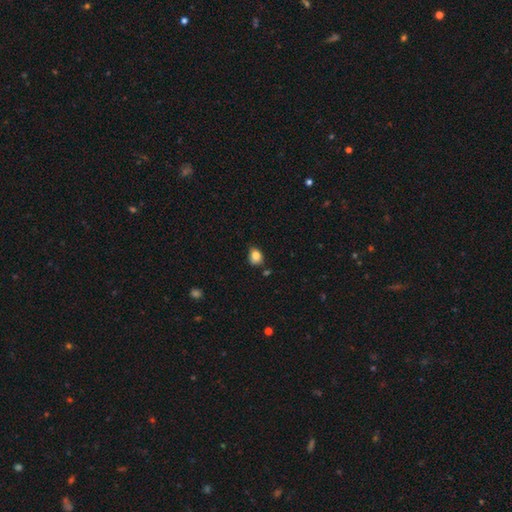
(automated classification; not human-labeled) Smooth or featured? smooth (83%)
How rounded? in between (53%)
Merging? none (63%)